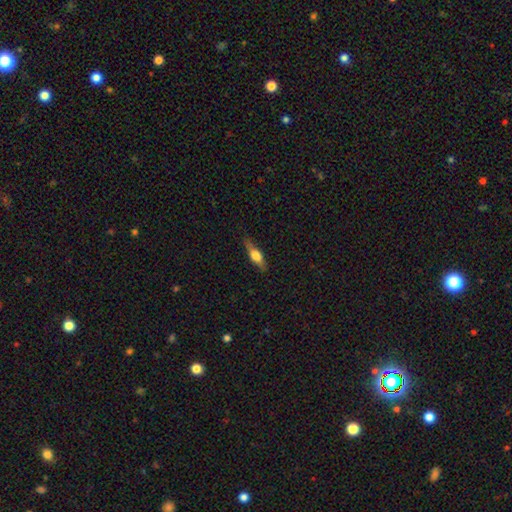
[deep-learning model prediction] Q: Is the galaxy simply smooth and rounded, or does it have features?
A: featured or disk — 47%, tied with smooth.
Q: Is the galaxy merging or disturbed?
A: none — 81%.